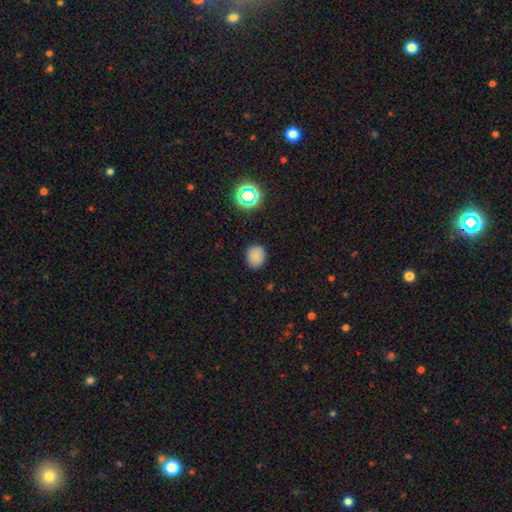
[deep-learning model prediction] Q: Smooth or featured?
A: smooth (81%); runner-up: star or artifact (15%)
Q: How rounded?
A: round (68%); runner-up: in between (31%)
Q: Merging?
A: none (87%); runner-up: minor disturbance (9%)